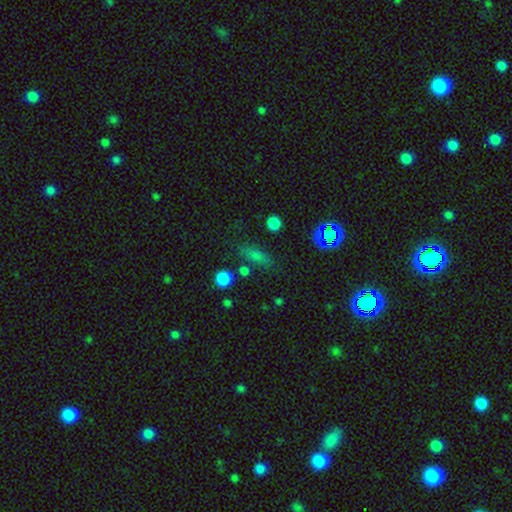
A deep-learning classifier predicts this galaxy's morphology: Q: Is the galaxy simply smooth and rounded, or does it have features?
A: smooth — 61%.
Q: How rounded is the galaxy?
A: cigar-shaped — 43%.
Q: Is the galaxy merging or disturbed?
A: none — 77%.